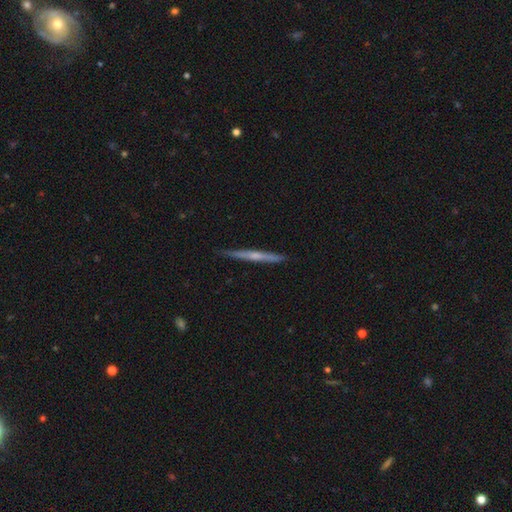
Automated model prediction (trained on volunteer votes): smooth-or-featured: featured or disk: 60% | smooth: 34% | star or artifact: 6%
  disk-edge-on: yes: 97% | no: 3%
    edge-on-bulge: none: 51% | rounded: 42% | boxy: 7%
  merging: none: 89% | minor disturbance: 8% | major disturbance: 1% | merger: 1%